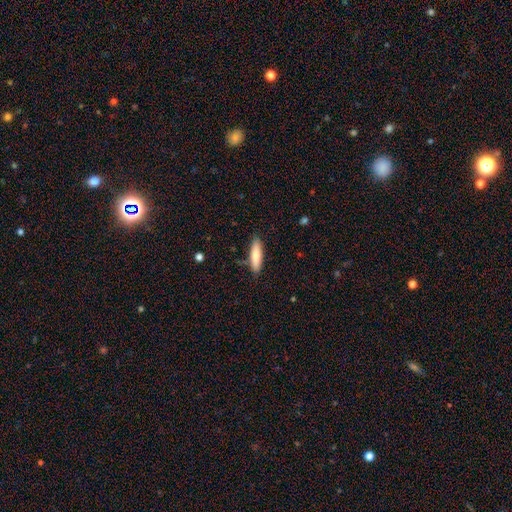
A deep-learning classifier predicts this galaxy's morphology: smooth_or_featured: smooth (p=0.80) [alt: featured or disk p=0.14]
how_rounded: cigar-shaped (p=0.63) [alt: in between p=0.36]
merging: none (p=0.85) [alt: minor disturbance p=0.11]